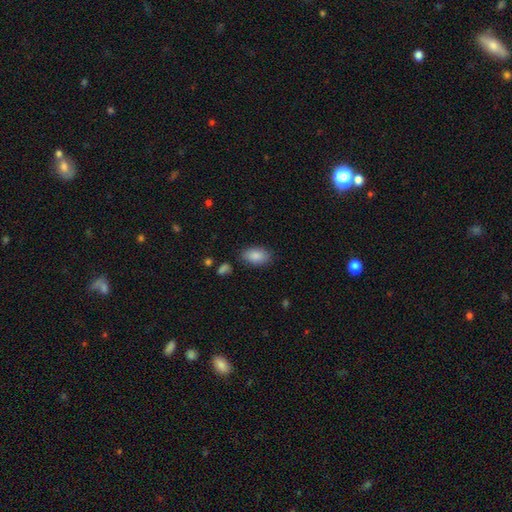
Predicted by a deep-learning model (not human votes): smooth 87%, star or artifact 7%, featured or disk 6%. Down the decision tree: how rounded — in between (93%); merging — none (83%).